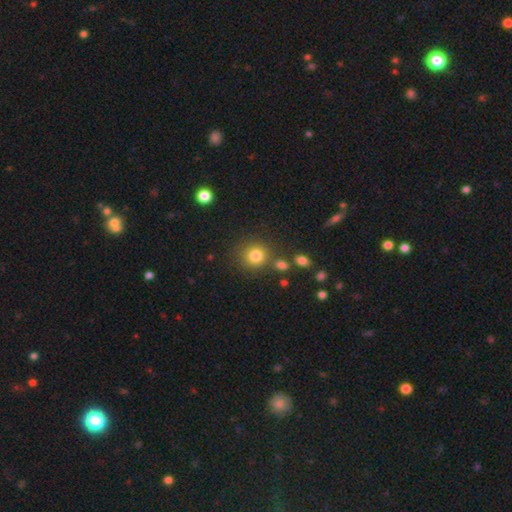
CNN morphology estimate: This appears to be a smooth galaxy with no disk features (82%) that is round (87%). Merging: none (78%).